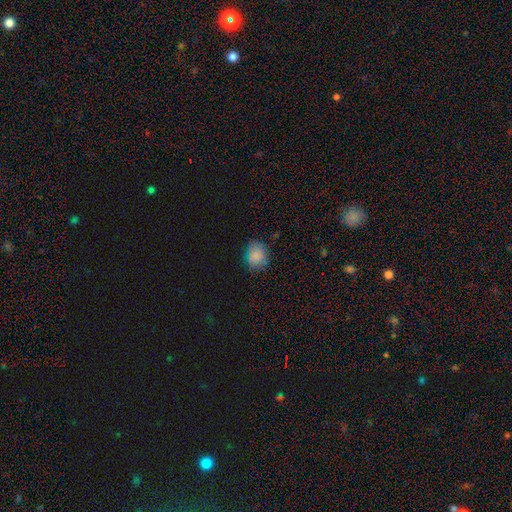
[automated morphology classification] This is clearly a smooth galaxy (81%). How rounded: likely round (63%). Merging: likely none (78%).